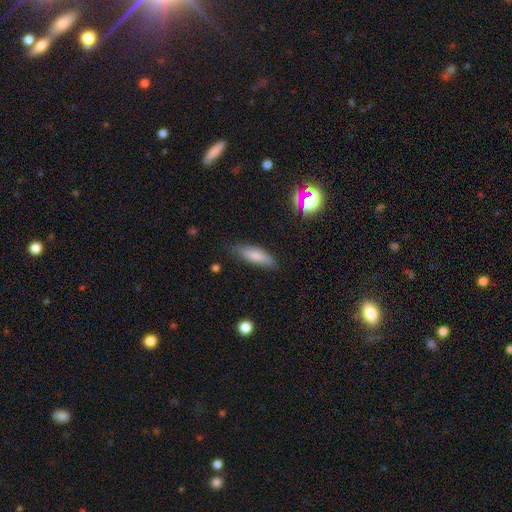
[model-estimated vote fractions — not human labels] Q: Smooth or featured?
A: smooth (79%); runner-up: featured or disk (13%)
Q: How rounded?
A: in between (50%); runner-up: cigar-shaped (48%)
Q: Merging?
A: none (81%); runner-up: minor disturbance (15%)